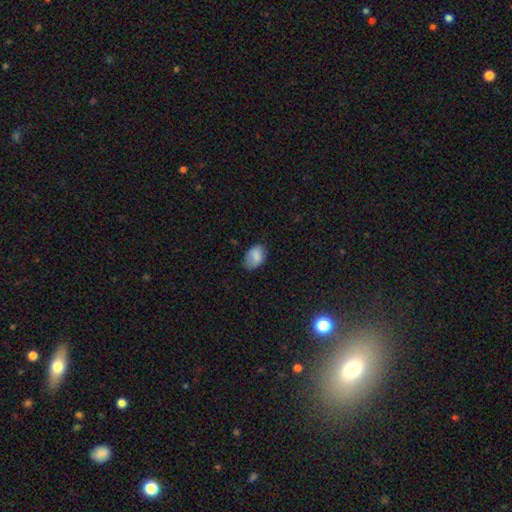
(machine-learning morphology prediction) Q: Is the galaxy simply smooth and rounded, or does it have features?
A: smooth — 83%.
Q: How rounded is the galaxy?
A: in between — 85%.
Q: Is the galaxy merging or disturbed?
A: none — 67%.